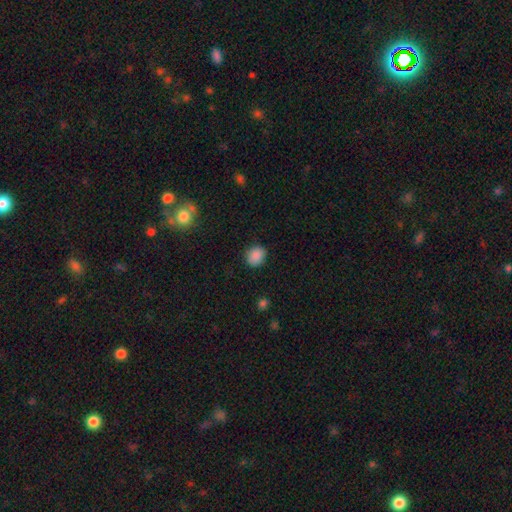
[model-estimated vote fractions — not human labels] smooth_or_featured: smooth (p=0.88) [alt: star or artifact p=0.09]
how_rounded: round (p=0.61) [alt: in between p=0.38]
merging: none (p=0.86) [alt: minor disturbance p=0.11]